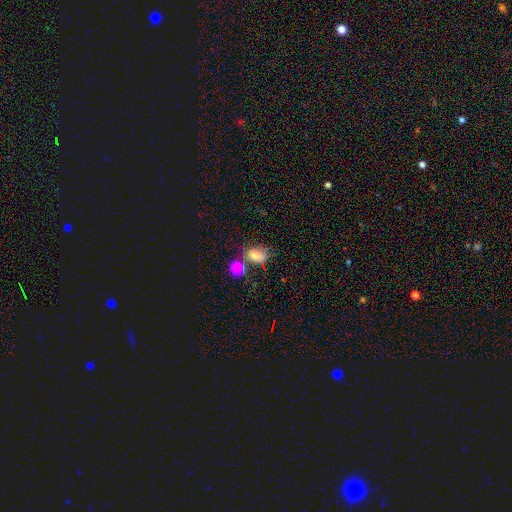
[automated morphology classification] Smooth or featured?
  - smooth: 75% *
  - star or artifact: 13%
  - featured or disk: 12%
How rounded?
  - in between: 74% *
  - round: 25%
  - cigar-shaped: 2%
Merging?
  - none: 45% *
  - merger: 27%
  - minor disturbance: 19%
  - major disturbance: 9%